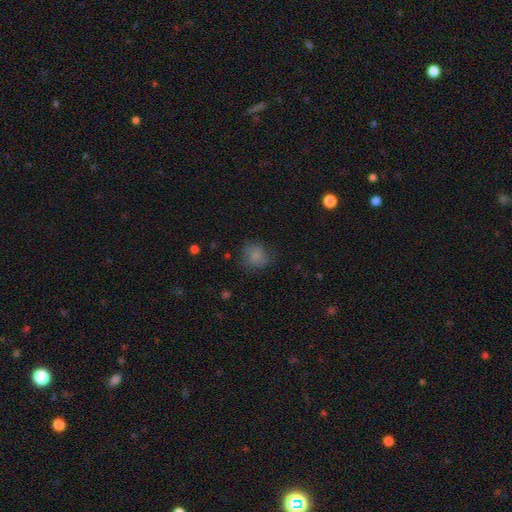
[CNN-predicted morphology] The model was most divided on "merging": none: 68%, minor disturbance: 21%, major disturbance: 10%, merger: 1%. More confident: how rounded — round (79%); smooth or featured — smooth (75%).